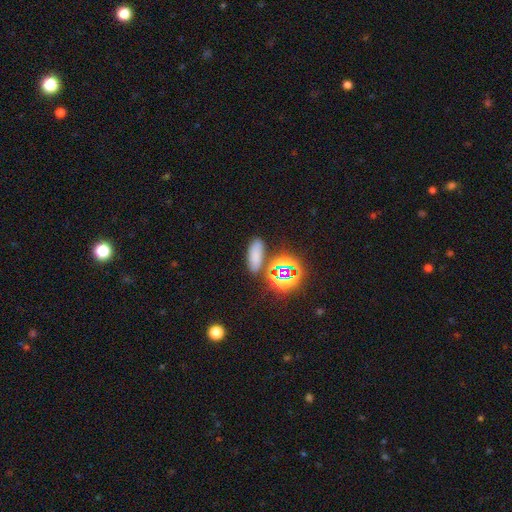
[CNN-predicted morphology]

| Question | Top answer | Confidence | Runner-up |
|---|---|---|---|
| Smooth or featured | smooth | 66% | star or artifact (26%) |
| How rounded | in between | 69% | cigar-shaped (19%) |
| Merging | none | 78% | minor disturbance (10%) |